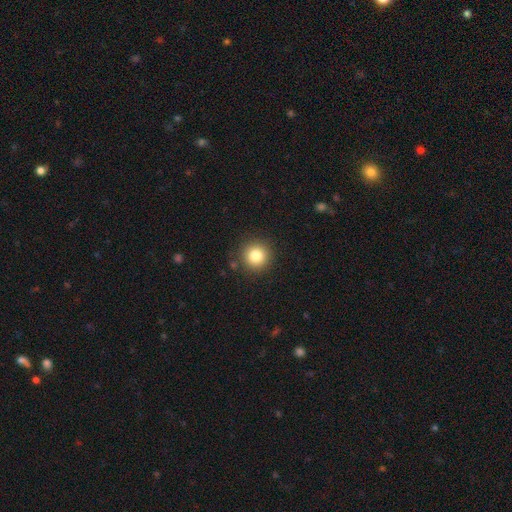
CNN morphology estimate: This is clearly a smooth galaxy (82%). How rounded: clearly round (95%). Merging: clearly none (89%).